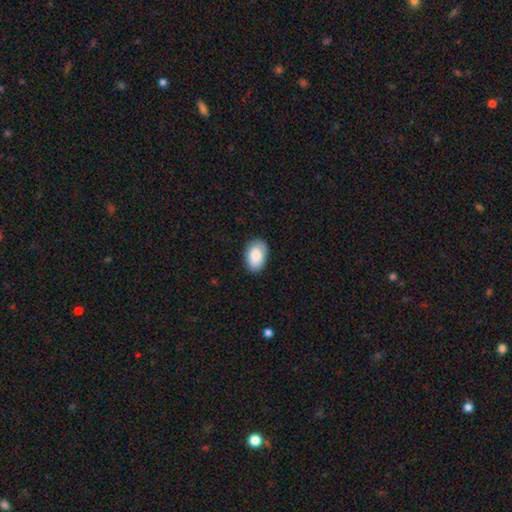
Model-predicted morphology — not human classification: Smooth or featured? Predicted: smooth (p=0.87). How rounded? Predicted: in between (p=0.91). Merging? Predicted: none (p=0.84).